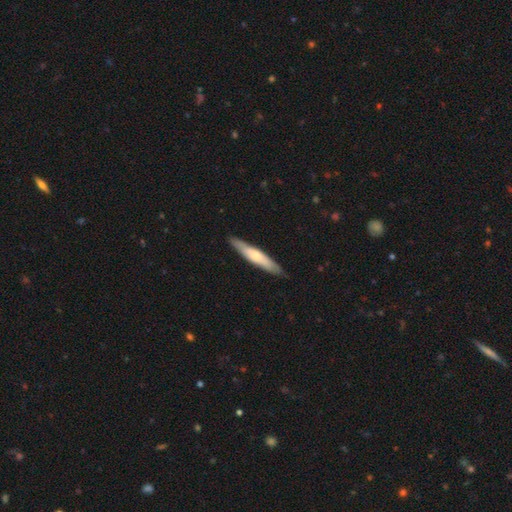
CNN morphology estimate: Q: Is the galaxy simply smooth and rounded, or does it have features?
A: smooth — 53%.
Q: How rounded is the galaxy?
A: cigar-shaped — 88%.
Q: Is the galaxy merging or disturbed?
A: none — 88%.